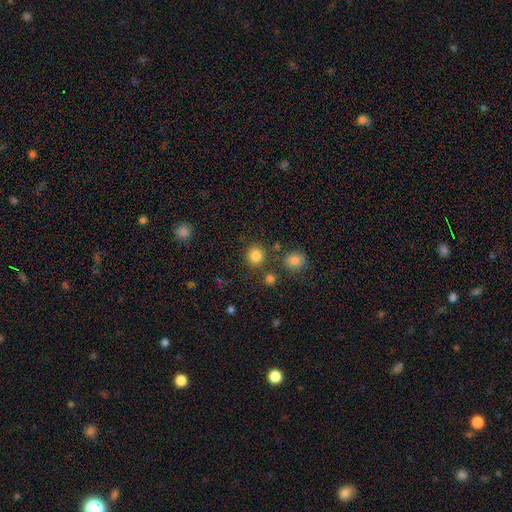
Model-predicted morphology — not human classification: Smooth or featured: smooth — 83% (star or artifact — 12%)
How rounded: round — 89% (in between — 10%)
Merging: none — 84% (minor disturbance — 8%)